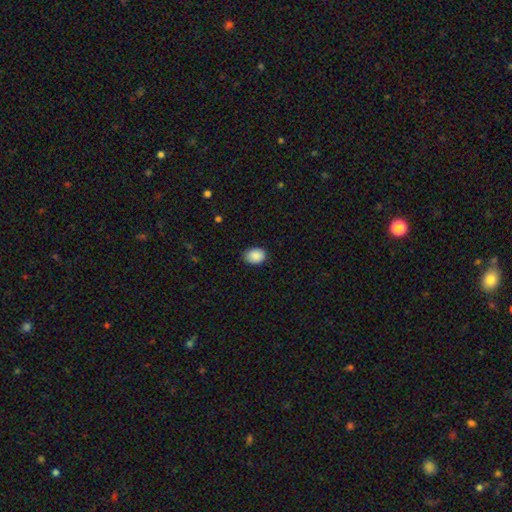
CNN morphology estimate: Smooth or featured? Predicted: smooth (p=0.89). How rounded? Predicted: in between (p=0.68). Merging? Predicted: none (p=0.84).